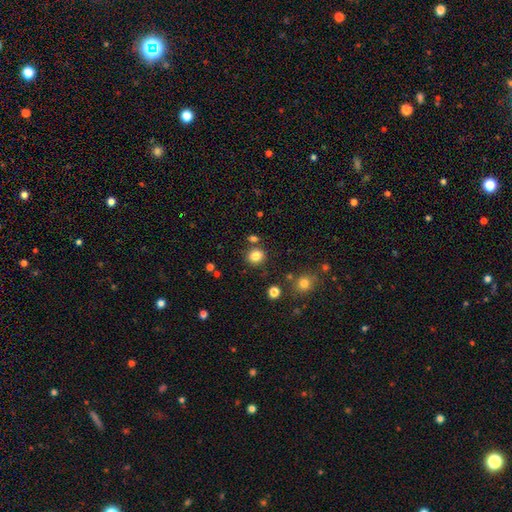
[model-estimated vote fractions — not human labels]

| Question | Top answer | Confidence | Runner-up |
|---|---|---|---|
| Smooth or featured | smooth | 83% | star or artifact (12%) |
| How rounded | round | 74% | in between (25%) |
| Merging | none | 82% | minor disturbance (9%) |